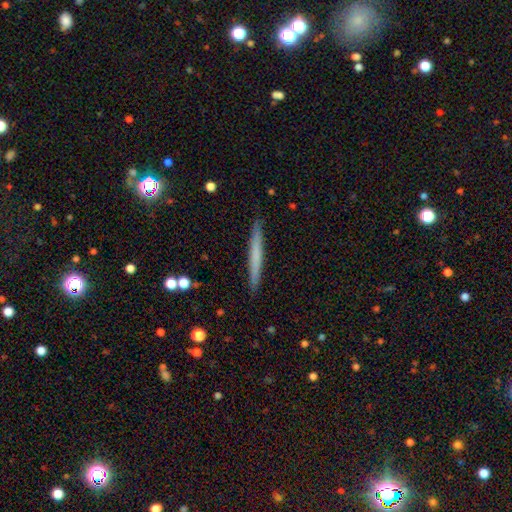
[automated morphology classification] Overall: smooth (61%; featured or disk 33%). How rounded: cigar-shaped (97%). Merging: none (91%).